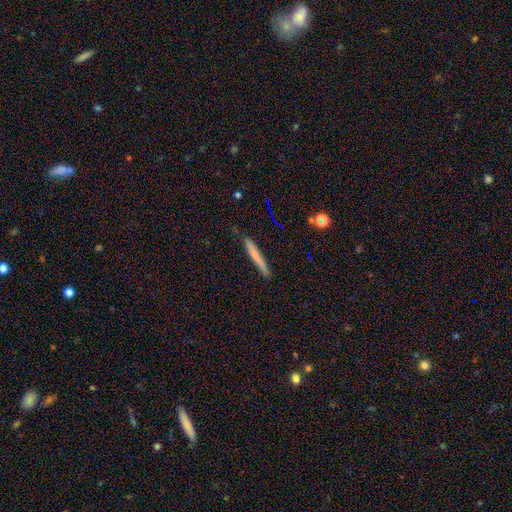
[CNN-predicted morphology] Q: Smooth or featured?
A: smooth (62%); runner-up: featured or disk (30%)
Q: How rounded?
A: cigar-shaped (96%); runner-up: in between (2%)
Q: Merging?
A: none (84%); runner-up: minor disturbance (12%)